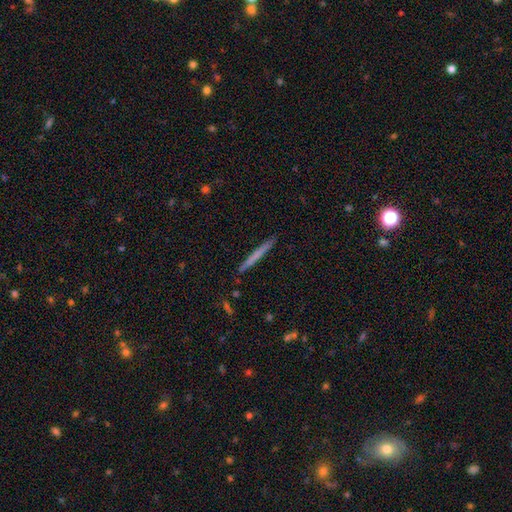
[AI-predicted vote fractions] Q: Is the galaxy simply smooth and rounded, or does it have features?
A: smooth — 58%.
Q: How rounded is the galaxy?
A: cigar-shaped — 97%.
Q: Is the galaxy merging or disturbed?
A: none — 91%.